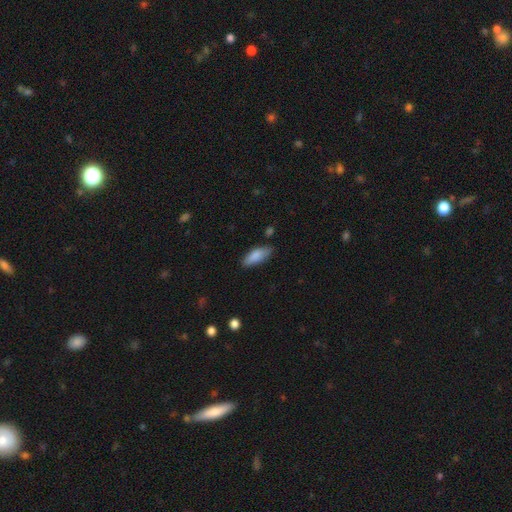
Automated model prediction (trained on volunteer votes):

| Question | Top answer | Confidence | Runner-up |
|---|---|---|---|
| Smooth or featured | smooth | 85% | featured or disk (9%) |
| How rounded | in between | 72% | cigar-shaped (26%) |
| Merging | none | 76% | minor disturbance (18%) |